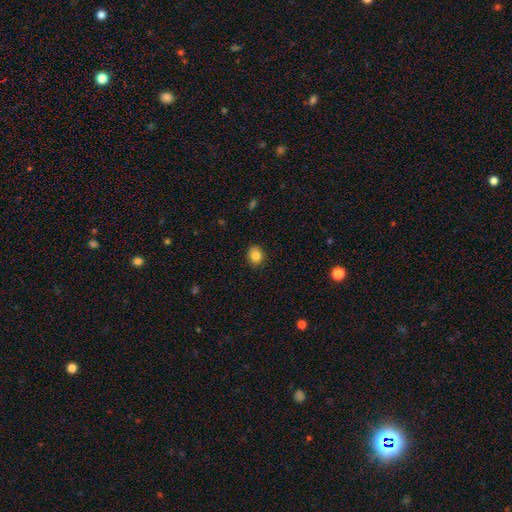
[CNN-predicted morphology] This is clearly a smooth galaxy (82%). How rounded: likely round (65%). Merging: clearly none (89%).